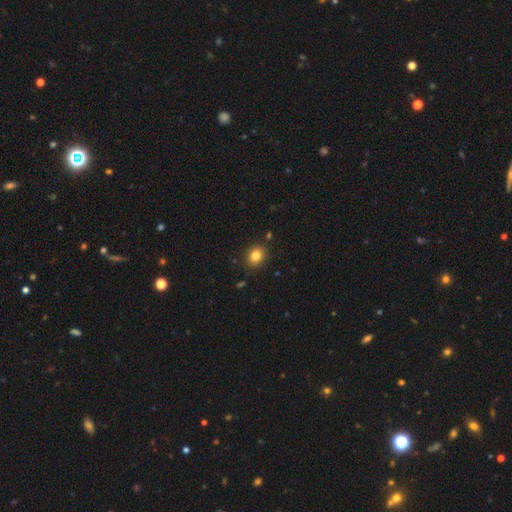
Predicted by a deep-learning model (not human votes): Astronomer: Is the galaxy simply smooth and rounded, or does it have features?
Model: smooth — 83%.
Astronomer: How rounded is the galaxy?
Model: round — 65%.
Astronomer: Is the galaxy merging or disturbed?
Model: none — 88%.